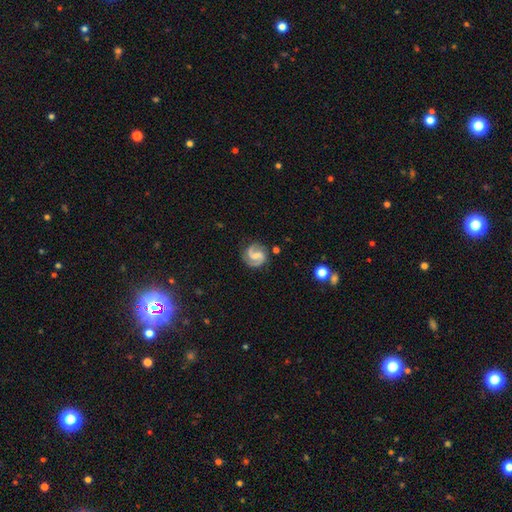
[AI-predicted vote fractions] Smooth or featured?
  - featured or disk: 87% *
  - smooth: 8%
  - star or artifact: 5%
Edge-on disk?
  - no: 98% *
  - yes: 2%
Bar?
  - weak: 50% *
  - no: 32%
  - strong: 18%
Spiral arms?
  - yes: 98% *
  - no: 2%
Spiral winding?
  - medium: 56% *
  - tight: 26%
  - loose: 18%
Spiral arm count?
  - 2: 91% *
  - 1: 3%
  - can't tell: 3%
  - 3: 2%
  - 4: 1%
  - more than 4: 1%
Bulge size?
  - small: 43% *
  - none: 29%
  - moderate: 24%
  - large: 3%
  - dominant: 1%
Merging?
  - none: 79% *
  - minor disturbance: 14%
  - major disturbance: 5%
  - merger: 2%